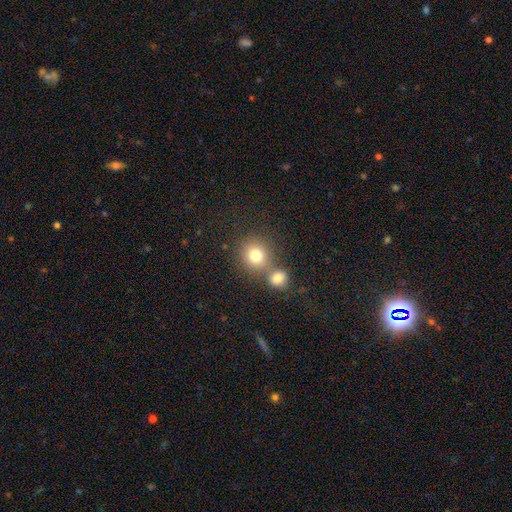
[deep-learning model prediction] The model was most divided on "merging": none: 54%, merger: 34%, minor disturbance: 8%, major disturbance: 3%. More confident: how rounded — round (87%); smooth or featured — smooth (79%).